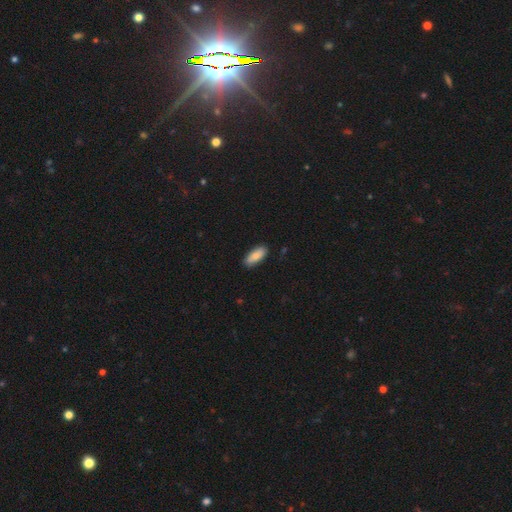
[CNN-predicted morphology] Q: Smooth or featured?
A: smooth (84%); runner-up: featured or disk (10%)
Q: How rounded?
A: in between (80%); runner-up: cigar-shaped (18%)
Q: Merging?
A: none (87%); runner-up: minor disturbance (10%)